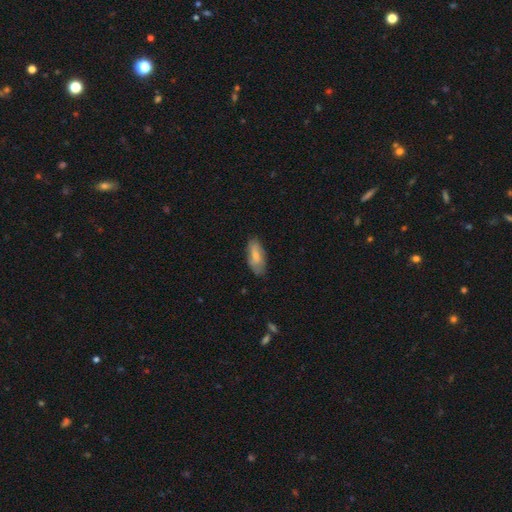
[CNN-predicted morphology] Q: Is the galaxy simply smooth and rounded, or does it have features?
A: smooth — 71%.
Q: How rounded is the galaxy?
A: in between — 85%.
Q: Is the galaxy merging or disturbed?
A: none — 75%.